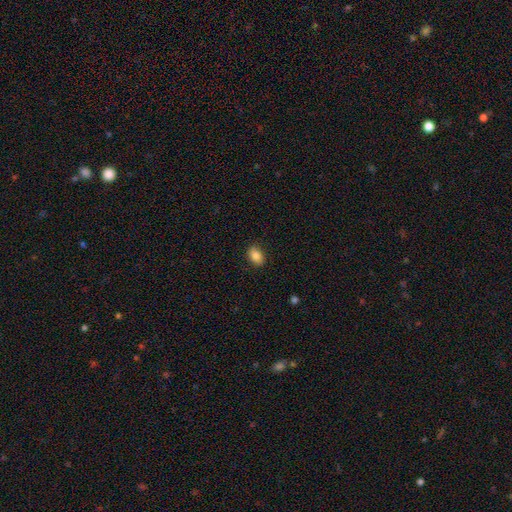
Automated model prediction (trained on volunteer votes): The model was most divided on "how rounded": in between: 85%, round: 14%, cigar-shaped: 1%. More confident: merging — none (87%); smooth or featured — smooth (85%).